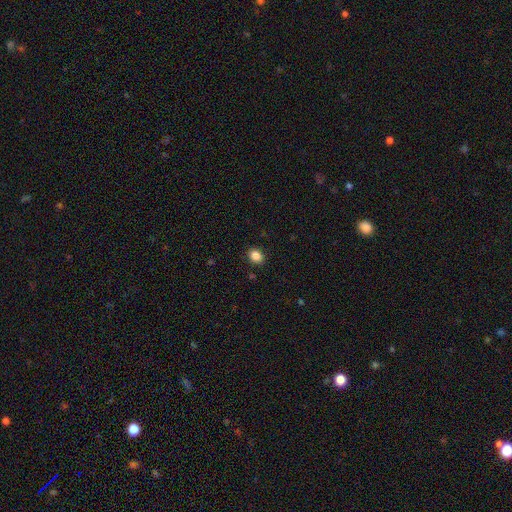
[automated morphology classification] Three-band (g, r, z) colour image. It shows a smooth galaxy with no disk features (86%) that is round (53%). Merging: none (89%).